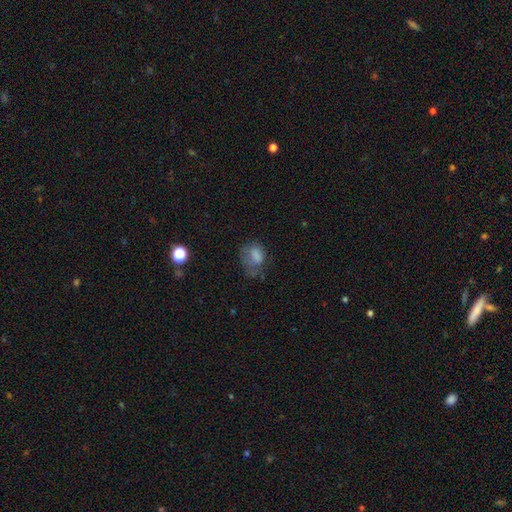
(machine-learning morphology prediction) Smooth or featured: smooth — 73% (featured or disk — 16%)
How rounded: in between — 68% (round — 31%)
Merging: none — 35% (major disturbance — 31%)